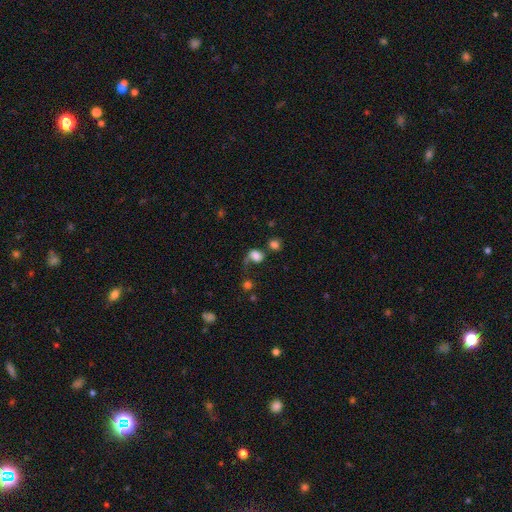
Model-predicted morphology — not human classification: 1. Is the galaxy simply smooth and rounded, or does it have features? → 67% smooth, 22% featured or disk, 11% star or artifact.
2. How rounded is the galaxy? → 57% round, 41% in between, 1% cigar-shaped.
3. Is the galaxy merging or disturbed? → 38% major disturbance, 31% none, 18% minor disturbance, 13% merger.